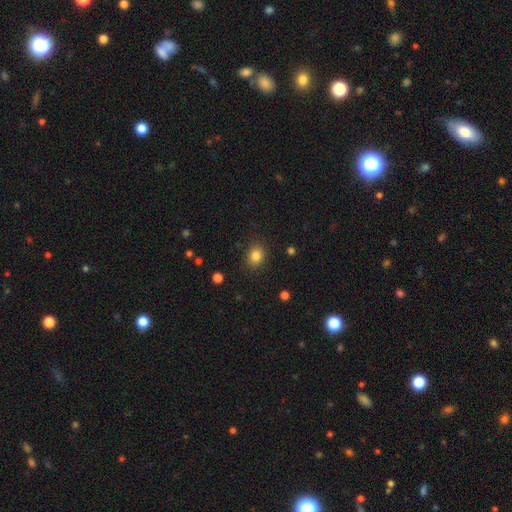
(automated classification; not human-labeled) Q: Smooth or featured?
A: smooth (83%); runner-up: star or artifact (11%)
Q: How rounded?
A: round (61%); runner-up: in between (38%)
Q: Merging?
A: none (87%); runner-up: minor disturbance (9%)